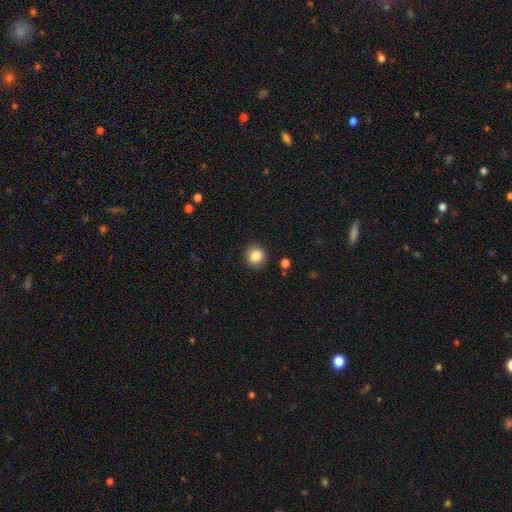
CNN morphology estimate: Smooth or featured? smooth (85%)
How rounded? round (87%)
Merging? none (90%)